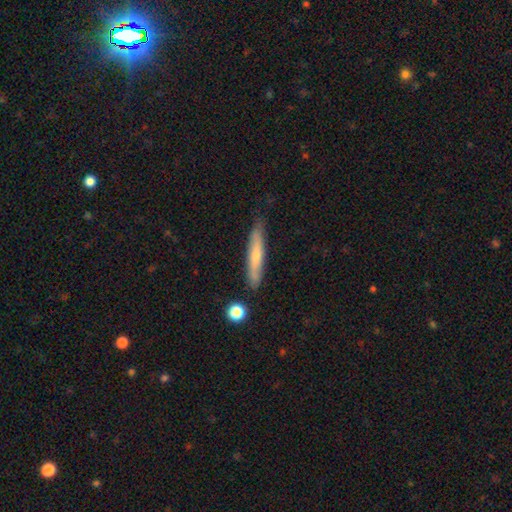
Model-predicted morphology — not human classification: The model was most divided on "smooth or featured": smooth: 55%, featured or disk: 38%, star or artifact: 7%. More confident: how rounded — cigar-shaped (91%); merging — none (79%).